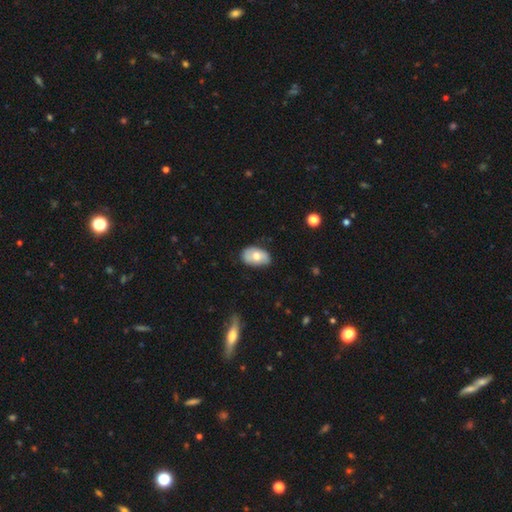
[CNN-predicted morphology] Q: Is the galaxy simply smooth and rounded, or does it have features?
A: smooth — 65%.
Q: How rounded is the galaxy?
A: in between — 90%.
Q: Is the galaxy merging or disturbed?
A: none — 70%.